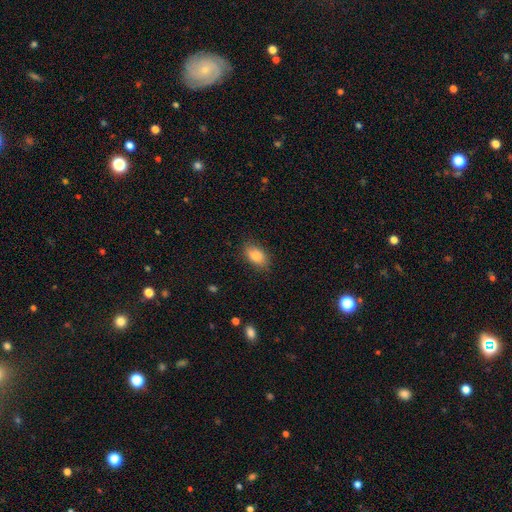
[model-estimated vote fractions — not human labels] Morphology: type=smooth (85%); roundness=in between (90%); merging=none (83%).